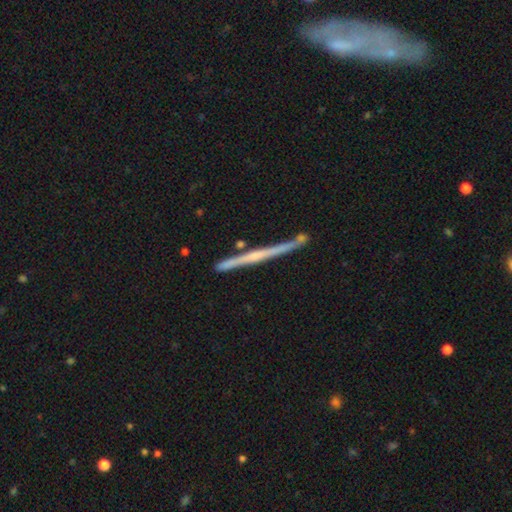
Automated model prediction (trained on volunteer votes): Overall: featured or disk (69%). Edge-on disk: yes (97%). Edge-on bulge: none (63%; rounded 29%). Merging: none (80%).